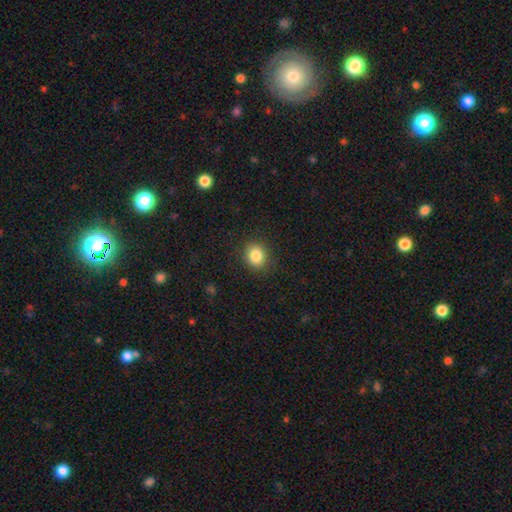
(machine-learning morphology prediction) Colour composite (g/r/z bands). It shows a smooth galaxy with no disk features (85%) that is round (70%). Merging: none (88%).